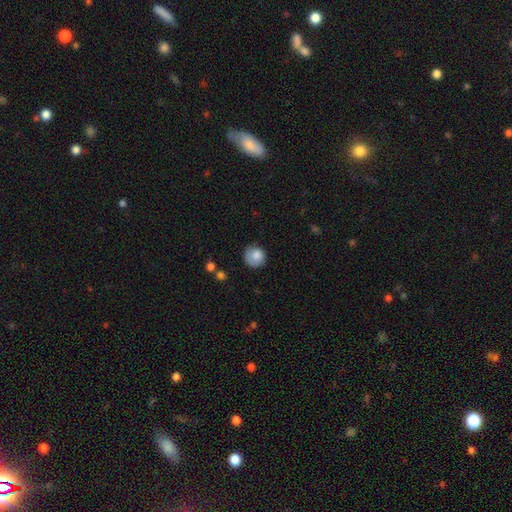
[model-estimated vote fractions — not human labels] smooth_or_featured: smooth (p=0.81) [alt: featured or disk p=0.11]
how_rounded: round (p=0.87) [alt: in between p=0.12]
merging: none (p=0.64) [alt: minor disturbance p=0.25]